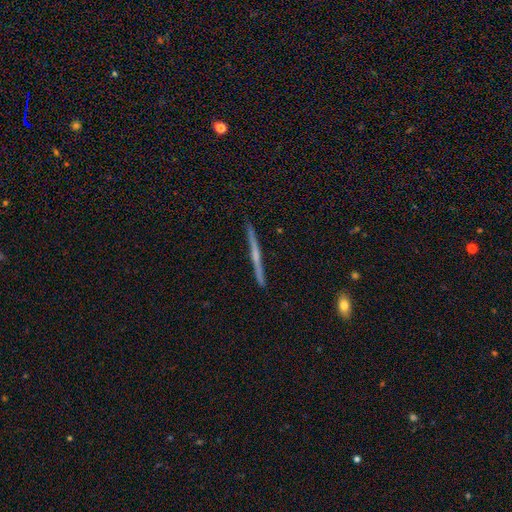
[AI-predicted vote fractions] smooth_or_featured: featured or disk (p=0.71) [alt: smooth p=0.23]
disk_edge_on: yes (p=0.98) [alt: no p=0.02]
edge_on_bulge: none (p=0.46) [alt: rounded p=0.44]
merging: none (p=0.91) [alt: minor disturbance p=0.06]